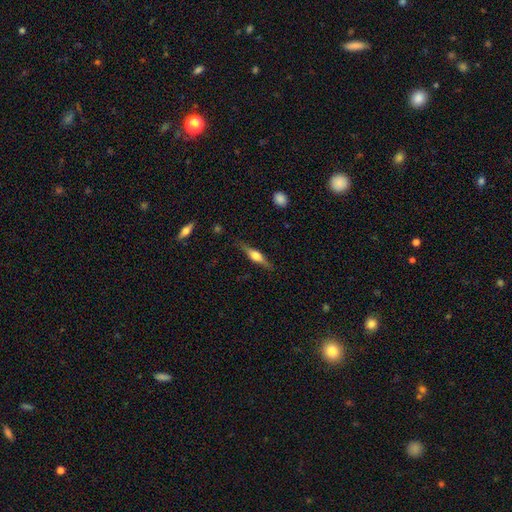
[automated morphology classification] Overall: featured or disk (62%; smooth 31%). Edge-on disk: yes (96%). Edge-on bulge: rounded (91%). Merging: none (85%).